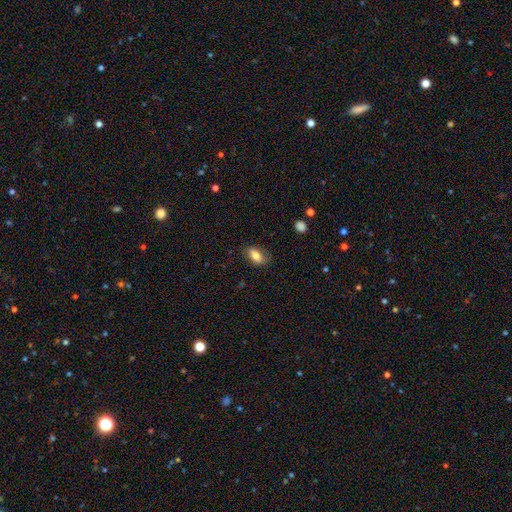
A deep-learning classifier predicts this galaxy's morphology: smooth 78%, featured or disk 15%, star or artifact 8%. Down the decision tree: how rounded — in between (89%); merging — none (71%).